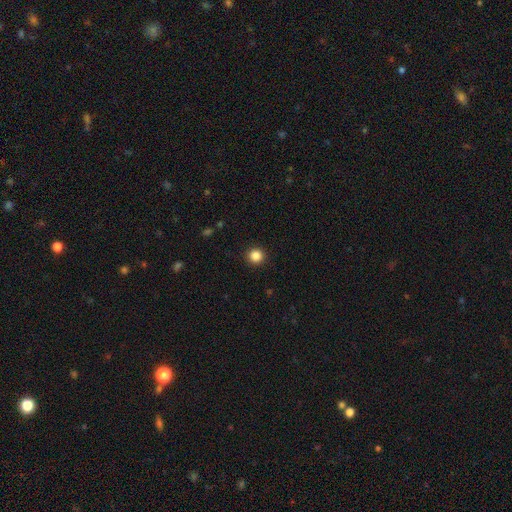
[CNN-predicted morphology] Smooth or featured? smooth (86%)
How rounded? round (93%)
Merging? none (93%)